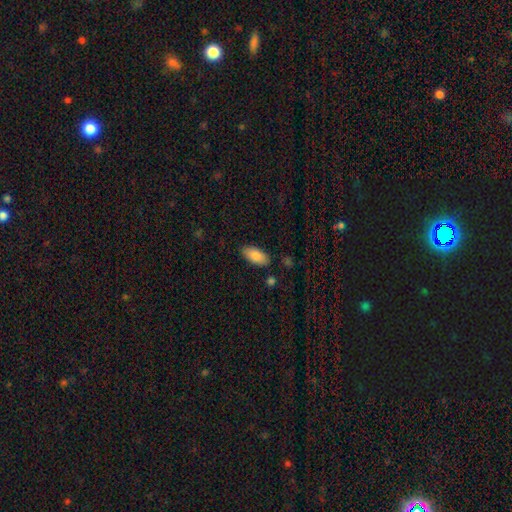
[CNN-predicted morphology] This is clearly a smooth galaxy (85%). How rounded: clearly in between (91%). Merging: clearly none (85%).